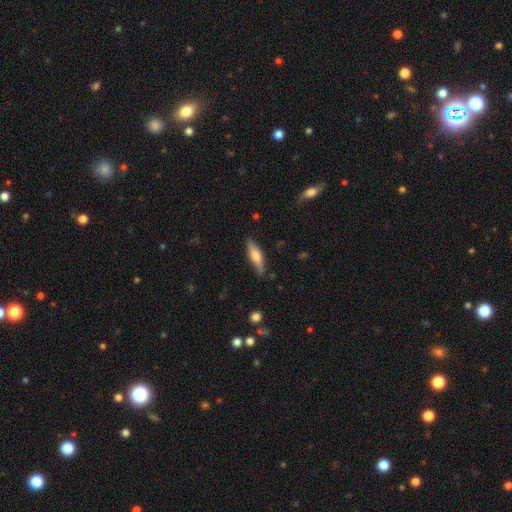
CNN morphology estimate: Smooth or featured?
  - smooth: 49% *
  - featured or disk: 45%
  - star or artifact: 6%
Merging?
  - none: 80% *
  - minor disturbance: 16%
  - major disturbance: 3%
  - merger: 2%